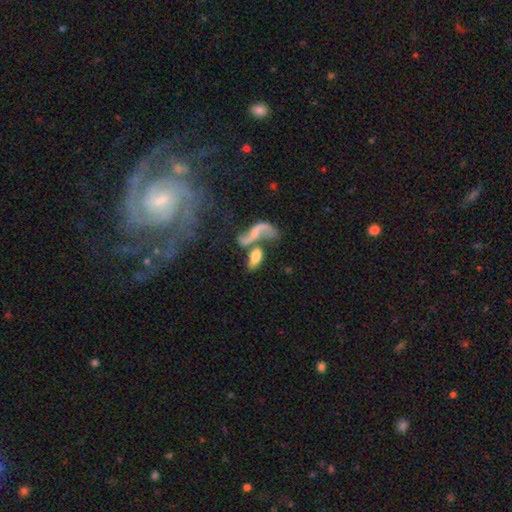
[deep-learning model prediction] smooth 57%, featured or disk 34%, star or artifact 9%. Down the decision tree: how rounded — in between (83%); merging — merger (53%).